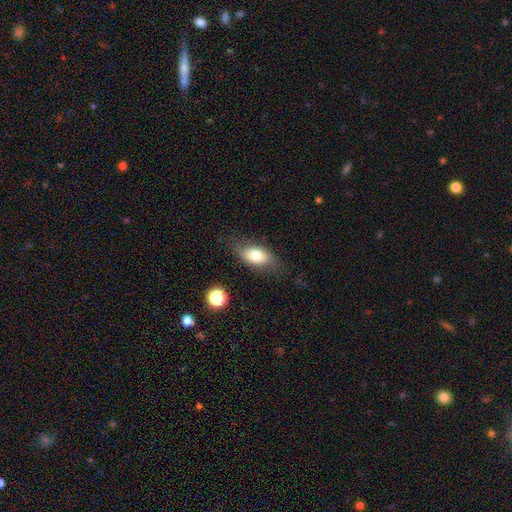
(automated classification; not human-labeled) The model was most divided on "merging": none: 72%, minor disturbance: 20%, major disturbance: 7%, merger: 2%. More confident: how rounded — in between (86%); smooth or featured — smooth (72%).